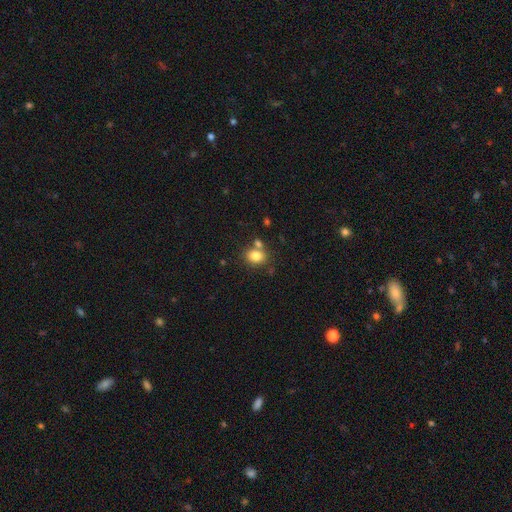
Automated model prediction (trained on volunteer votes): smooth 82%, star or artifact 10%, featured or disk 8%. Down the decision tree: how rounded — in between (52%); merging — none (64%).